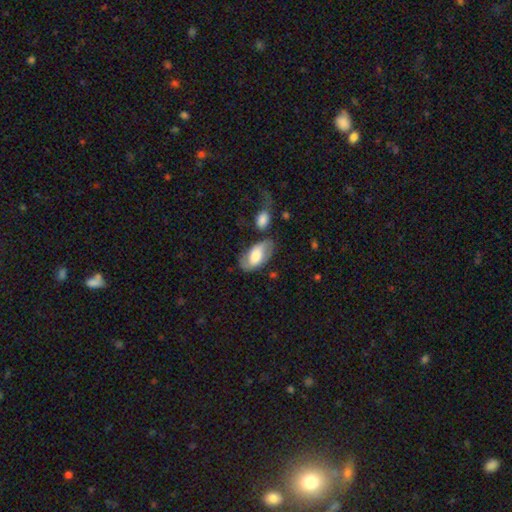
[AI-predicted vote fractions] smooth-or-featured: smooth: 52% | featured or disk: 41% | star or artifact: 7%
  how-rounded: in between: 94% | round: 4% | cigar-shaped: 3%
  merging: none: 60% | minor disturbance: 22% | major disturbance: 9% | merger: 8%